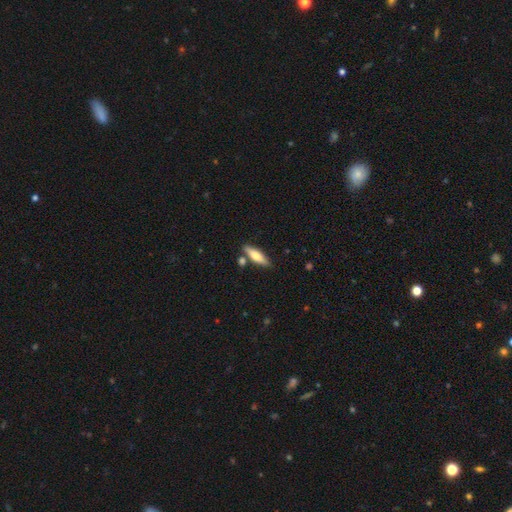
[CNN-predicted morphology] Smooth or featured? Predicted: smooth (p=0.56). How rounded? Predicted: cigar-shaped (p=0.65). Merging? Predicted: none (p=0.79).